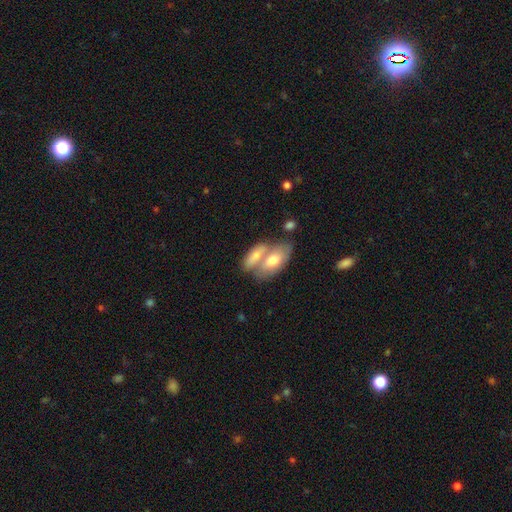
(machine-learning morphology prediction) Q: Smooth or featured?
A: smooth (68%); runner-up: featured or disk (27%)
Q: How rounded?
A: in between (81%); runner-up: cigar-shaped (14%)
Q: Merging?
A: merger (64%); runner-up: none (25%)